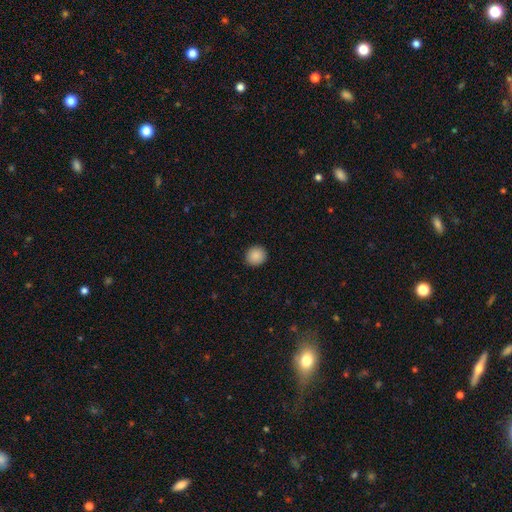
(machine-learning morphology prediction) smooth-or-featured: smooth: 89% | star or artifact: 8% | featured or disk: 3%
  how-rounded: round: 86% | in between: 13% | cigar-shaped: 1%
  merging: none: 92% | minor disturbance: 6% | major disturbance: 2% | merger: 1%